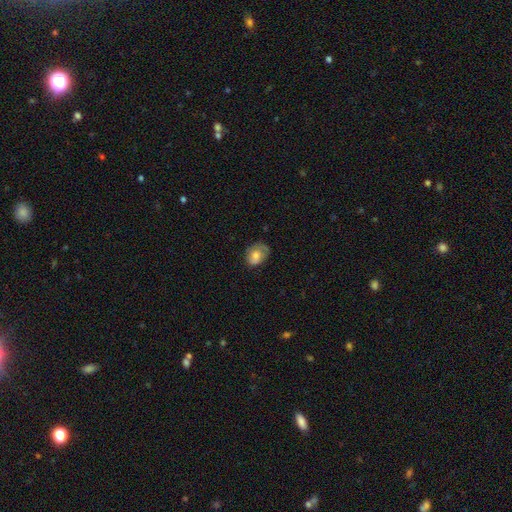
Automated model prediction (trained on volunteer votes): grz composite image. It shows a smooth galaxy with no disk features (69%) that is in between round and cigar-shaped (66%). Merging: none (54%).